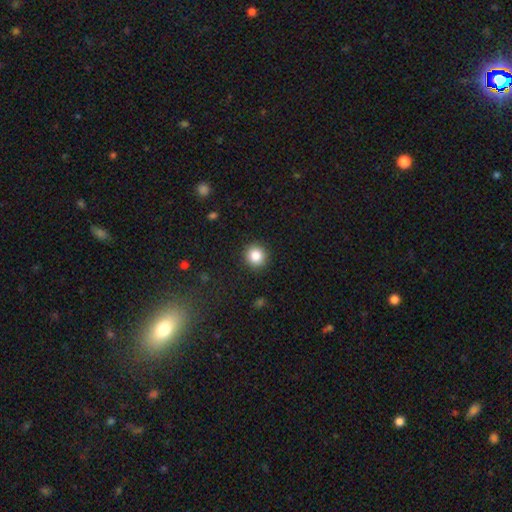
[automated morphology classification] Smooth or featured? smooth (85%)
How rounded? round (93%)
Merging? none (91%)